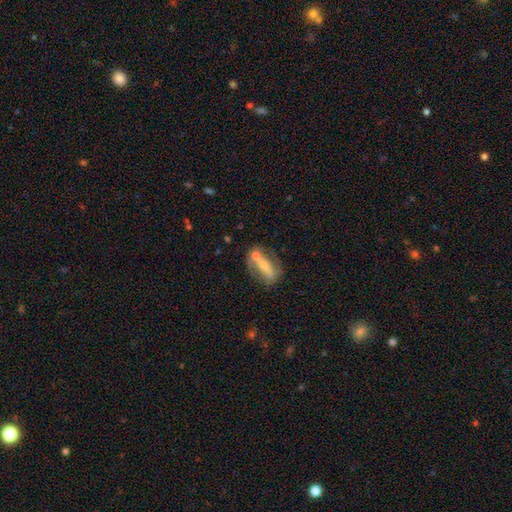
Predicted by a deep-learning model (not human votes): Q: Smooth or featured?
A: smooth (51%); runner-up: featured or disk (40%)
Q: How rounded?
A: in between (59%); runner-up: cigar-shaped (33%)
Q: Merging?
A: none (44%); runner-up: merger (25%)